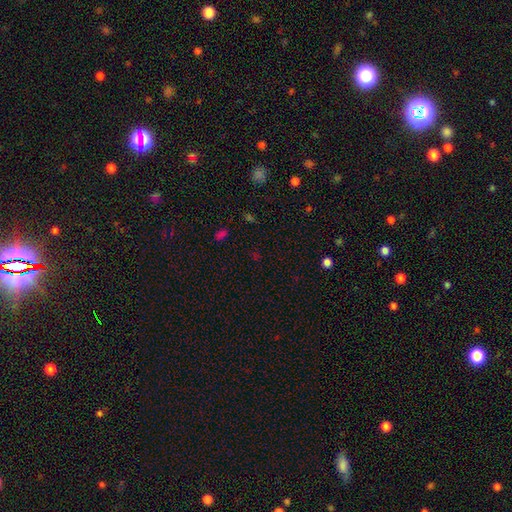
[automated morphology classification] Q: Smooth or featured?
A: star or artifact (58%); runner-up: smooth (35%)